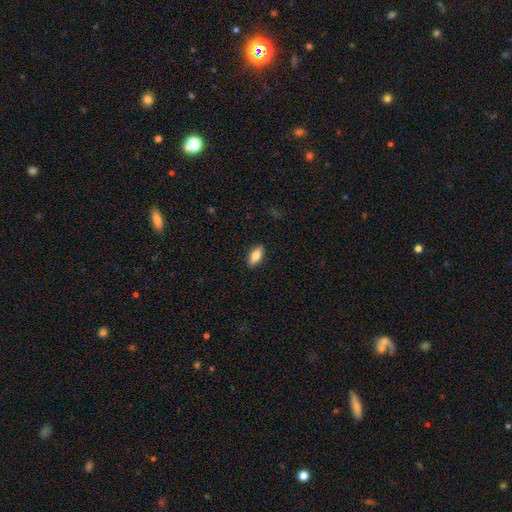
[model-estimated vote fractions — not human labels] Smooth or featured? Predicted: smooth (p=0.80). How rounded? Predicted: in between (p=0.87). Merging? Predicted: none (p=0.89).